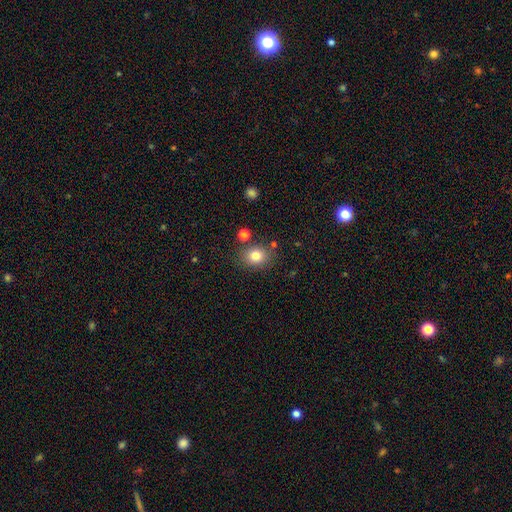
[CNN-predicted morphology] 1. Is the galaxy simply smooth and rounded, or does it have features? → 80% smooth, 12% star or artifact, 8% featured or disk.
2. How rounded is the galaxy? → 62% round, 37% in between, 1% cigar-shaped.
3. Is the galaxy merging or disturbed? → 79% none, 11% minor disturbance, 6% merger, 4% major disturbance.